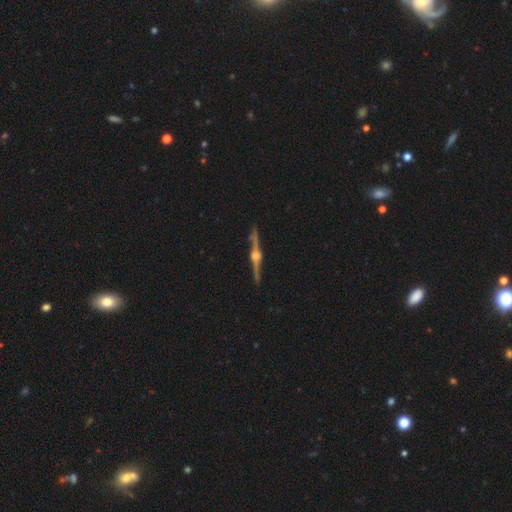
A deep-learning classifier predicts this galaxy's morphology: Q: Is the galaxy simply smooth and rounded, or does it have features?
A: featured or disk — 90%.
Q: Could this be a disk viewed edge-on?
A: yes — 98%.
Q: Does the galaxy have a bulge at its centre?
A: rounded — 94%.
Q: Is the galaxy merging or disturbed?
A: none — 90%.